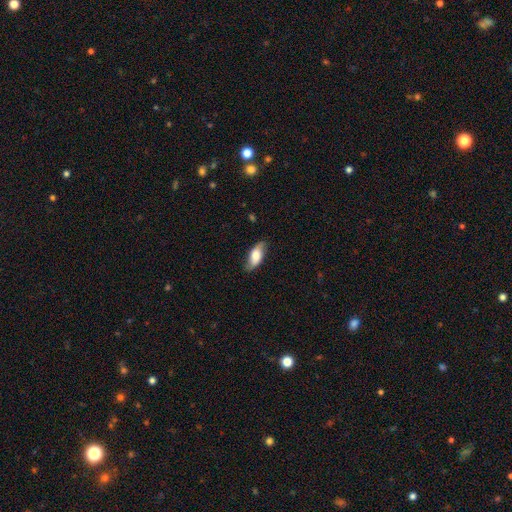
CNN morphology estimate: Smooth or featured: smooth — 62% (featured or disk — 31%)
How rounded: in between — 82% (cigar-shaped — 15%)
Merging: none — 77% (minor disturbance — 18%)